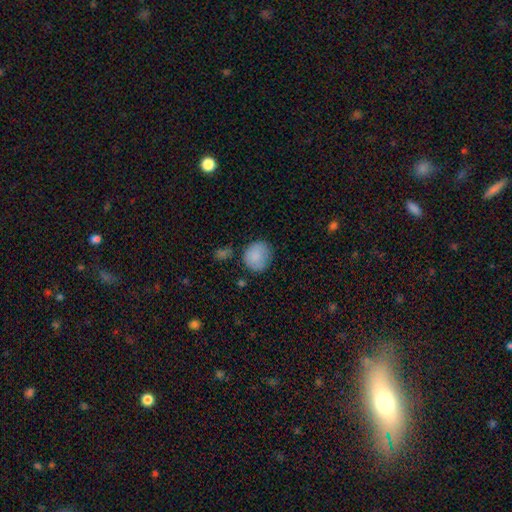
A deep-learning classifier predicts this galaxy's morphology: Smooth or featured: smooth — 85% (star or artifact — 8%)
How rounded: round — 79% (in between — 20%)
Merging: none — 69% (minor disturbance — 21%)